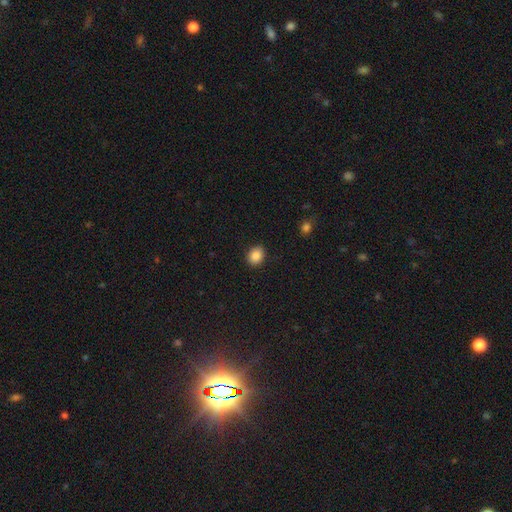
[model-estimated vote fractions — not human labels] Smooth or featured? smooth (87%)
How rounded? round (55%)
Merging? none (90%)